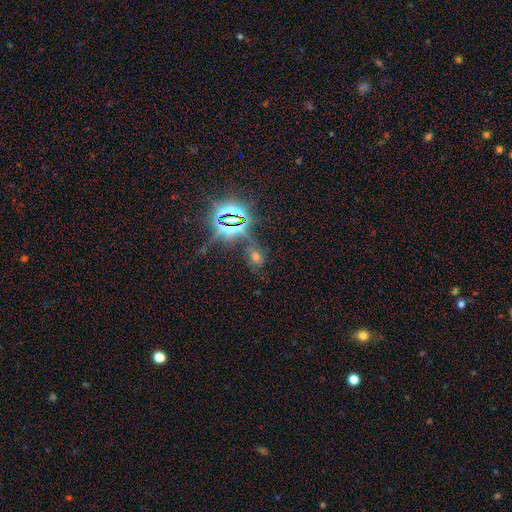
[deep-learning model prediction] The model was most divided on "smooth or featured": star or artifact: 63%, smooth: 23%, featured or disk: 14%.